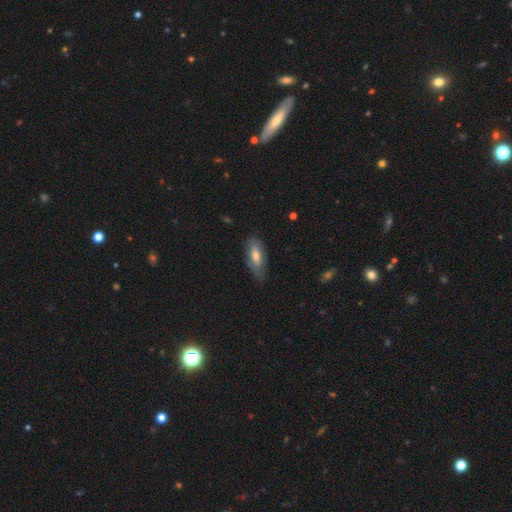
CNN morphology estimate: smooth-or-featured: smooth: 55% | featured or disk: 38% | star or artifact: 7%
  how-rounded: in between: 77% | cigar-shaped: 20% | round: 3%
  merging: none: 71% | minor disturbance: 23% | major disturbance: 5% | merger: 1%